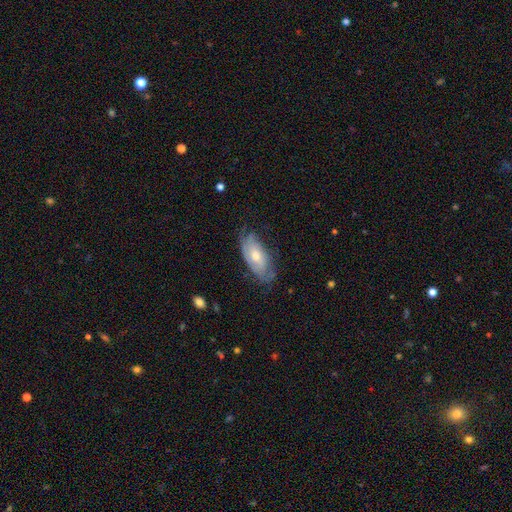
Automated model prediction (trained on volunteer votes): Overall: featured or disk (58%; smooth 36%). Edge-on disk: no (87%). Bar: no (69%). Spiral arms: yes (75%). Bulge size: moderate (66%). Merging: none (62%; minor disturbance 27%).